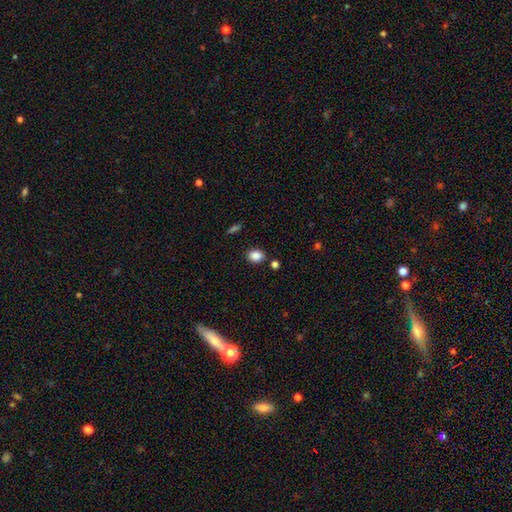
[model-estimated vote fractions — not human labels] This appears to be a smooth galaxy with no disk features (87%) that is in between round and cigar-shaped (60%). Merging: none (84%).